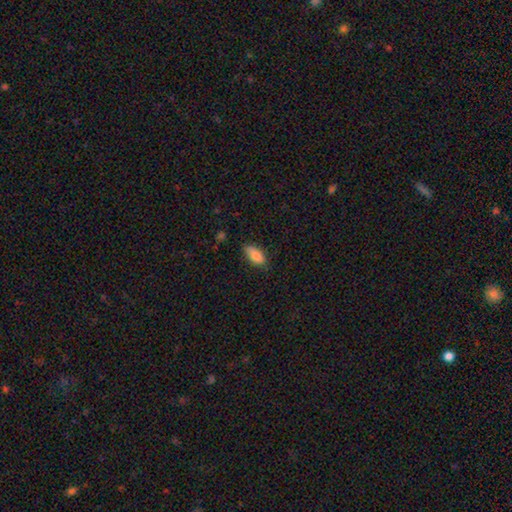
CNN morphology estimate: Smooth or featured?
  - smooth: 85% *
  - featured or disk: 8%
  - star or artifact: 7%
How rounded?
  - in between: 87% *
  - cigar-shaped: 11%
  - round: 3%
Merging?
  - none: 71% *
  - minor disturbance: 24%
  - major disturbance: 4%
  - merger: 2%